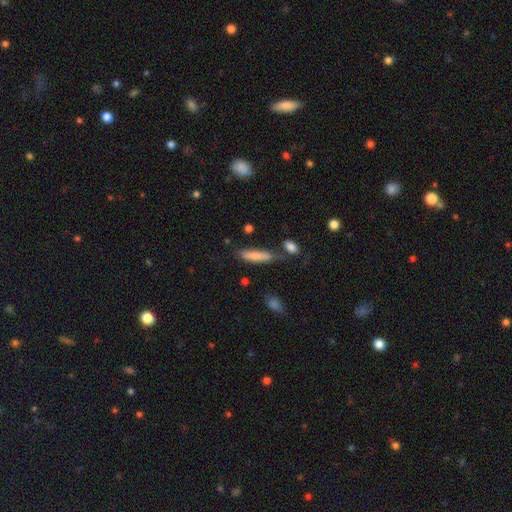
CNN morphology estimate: Smooth or featured?
  - smooth: 79% *
  - featured or disk: 15%
  - star or artifact: 7%
How rounded?
  - cigar-shaped: 72% *
  - in between: 26%
  - round: 2%
Merging?
  - none: 62% *
  - minor disturbance: 19%
  - merger: 13%
  - major disturbance: 6%